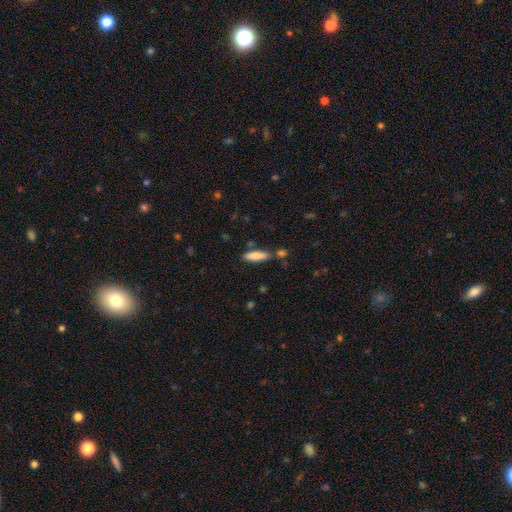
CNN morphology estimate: Smooth or featured: smooth — 81% (featured or disk — 13%)
How rounded: cigar-shaped — 56% (in between — 42%)
Merging: none — 76% (minor disturbance — 13%)